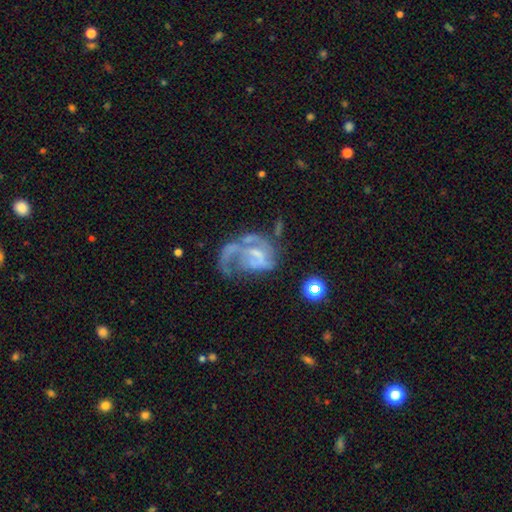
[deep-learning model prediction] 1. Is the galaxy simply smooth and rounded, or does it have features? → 73% featured or disk, 16% smooth, 11% star or artifact.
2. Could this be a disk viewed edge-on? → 98% no, 2% yes.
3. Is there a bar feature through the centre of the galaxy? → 55% no, 36% weak, 9% strong.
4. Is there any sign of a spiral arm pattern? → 68% yes, 32% no.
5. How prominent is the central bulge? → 44% none, 33% small, 18% moderate, 3% large, 1% dominant.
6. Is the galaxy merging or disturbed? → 52% major disturbance, 23% none, 15% minor disturbance, 10% merger.